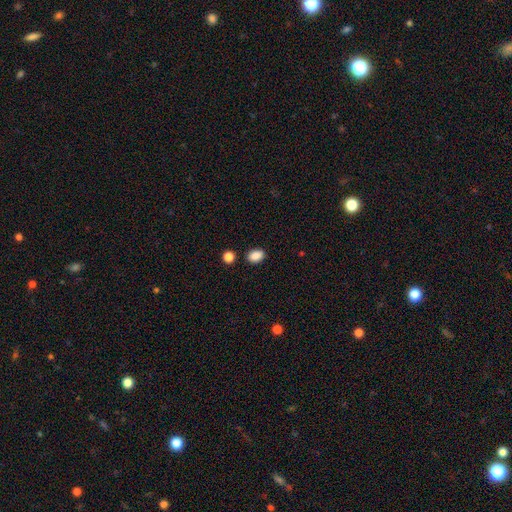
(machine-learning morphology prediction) Smooth or featured?
  - smooth: 88% *
  - star or artifact: 9%
  - featured or disk: 3%
How rounded?
  - in between: 75% *
  - round: 24%
  - cigar-shaped: 1%
Merging?
  - none: 85% *
  - minor disturbance: 9%
  - merger: 3%
  - major disturbance: 2%